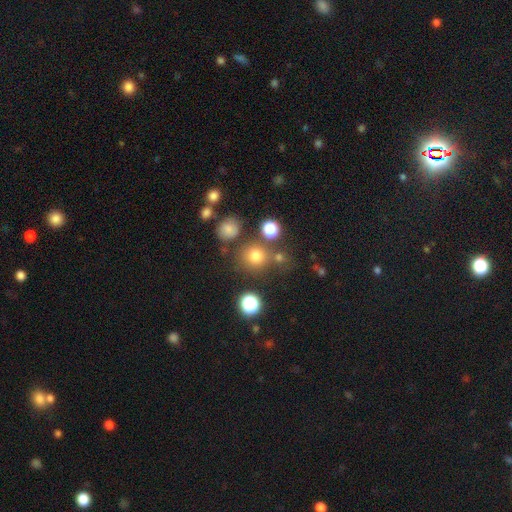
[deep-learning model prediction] The model was most divided on "smooth or featured": smooth: 74%, star or artifact: 18%, featured or disk: 8%. More confident: how rounded — round (89%); merging — none (73%).